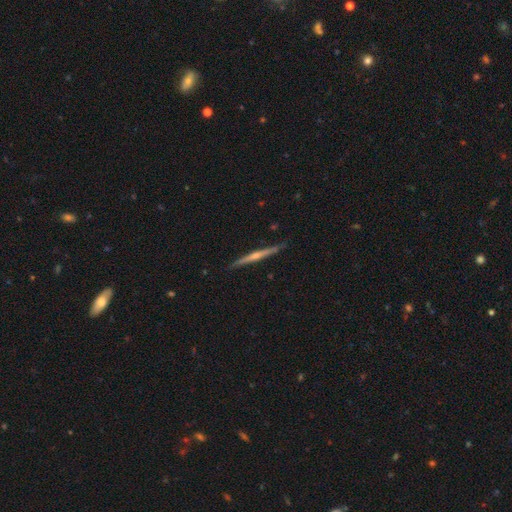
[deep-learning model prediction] smooth-or-featured: featured or disk: 71% | smooth: 24% | star or artifact: 5%
  disk-edge-on: yes: 98% | no: 2%
    edge-on-bulge: rounded: 66% | none: 27% | boxy: 6%
  merging: none: 88% | minor disturbance: 9% | major disturbance: 1% | merger: 1%